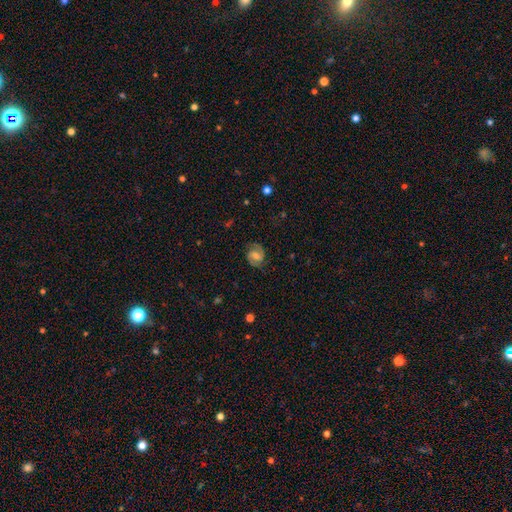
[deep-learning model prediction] Smooth or featured? featured or disk (74%)
Edge-on disk? no (98%)
Bar? weak (46%)
Spiral arms? yes (94%)
Spiral winding? medium (50%)
Spiral arm count? 2 (91%)
Bulge size? moderate (58%)
Merging? none (81%)